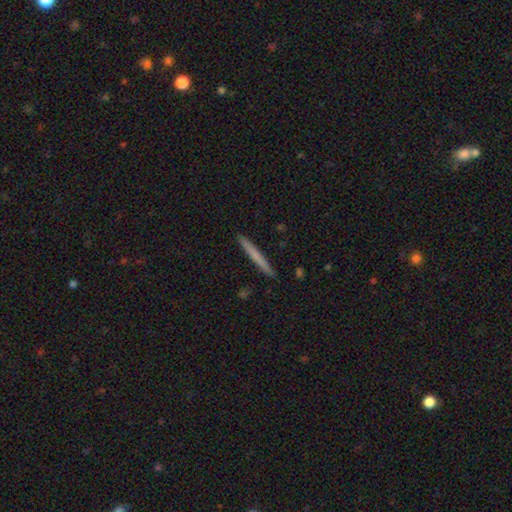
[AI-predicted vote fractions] Smooth or featured? Predicted: smooth (p=0.65). How rounded? Predicted: cigar-shaped (p=0.97). Merging? Predicted: none (p=0.92).